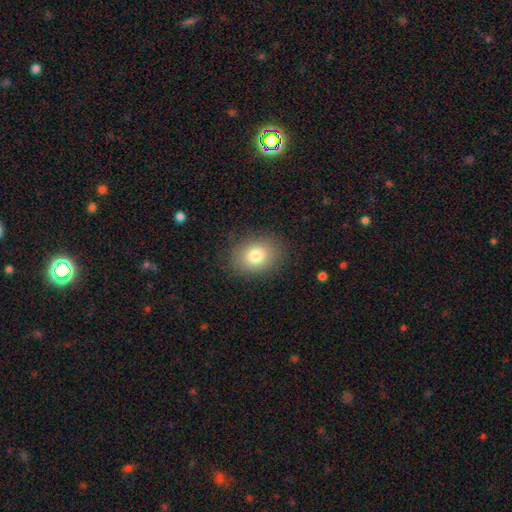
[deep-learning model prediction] Smooth or featured: smooth — 80% (featured or disk — 10%)
How rounded: in between — 57% (round — 43%)
Merging: none — 85% (minor disturbance — 10%)